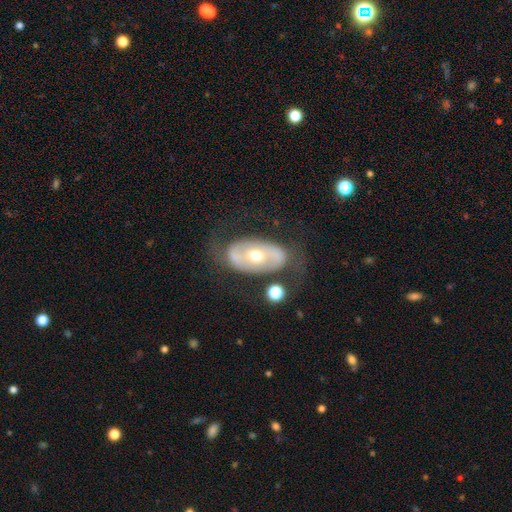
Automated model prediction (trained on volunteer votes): Smooth or featured?
  - featured or disk: 70% *
  - smooth: 24%
  - star or artifact: 6%
Edge-on disk?
  - no: 93% *
  - yes: 7%
Bar?
  - no: 57% *
  - weak: 24%
  - strong: 19%
Spiral arms?
  - yes: 54% *
  - no: 46%
Bulge size?
  - moderate: 68% *
  - small: 26%
  - large: 4%
  - dominant: 1%
  - none: 1%
Merging?
  - none: 64% *
  - minor disturbance: 17%
  - major disturbance: 14%
  - merger: 4%